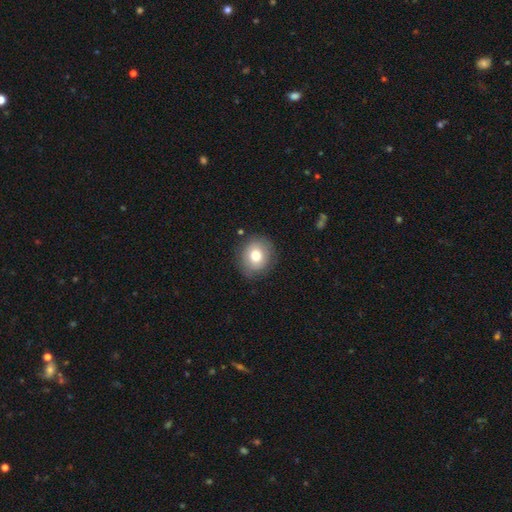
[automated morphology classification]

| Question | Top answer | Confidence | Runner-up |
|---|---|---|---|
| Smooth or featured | smooth | 74% | featured or disk (17%) |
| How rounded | round | 80% | in between (19%) |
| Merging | none | 84% | minor disturbance (12%) |